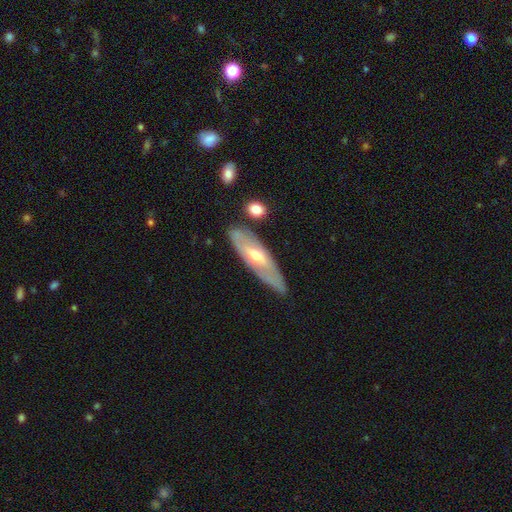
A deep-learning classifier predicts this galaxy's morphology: This appears to be a featured or disk galaxy (66%). Merging: none (74%).